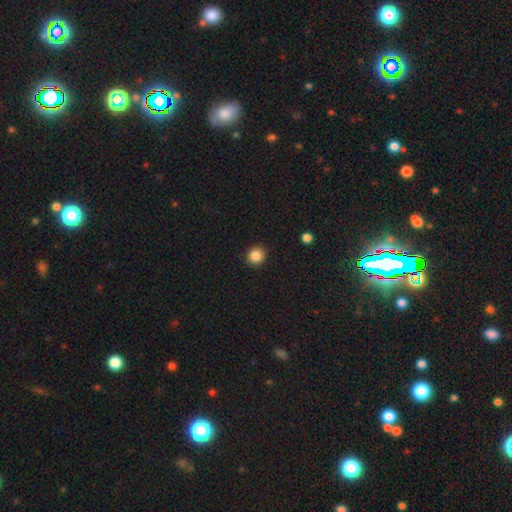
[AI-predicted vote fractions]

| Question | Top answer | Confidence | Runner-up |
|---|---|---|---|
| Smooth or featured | smooth | 87% | star or artifact (10%) |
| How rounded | round | 89% | in between (11%) |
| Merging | none | 90% | minor disturbance (7%) |